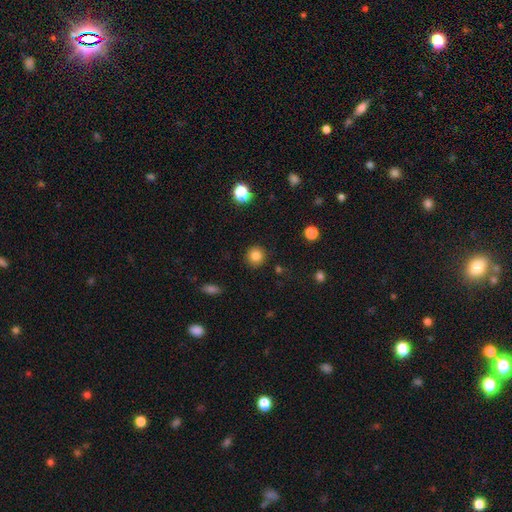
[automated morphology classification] Overall: smooth (83%). How rounded: round (93%). Merging: none (90%).